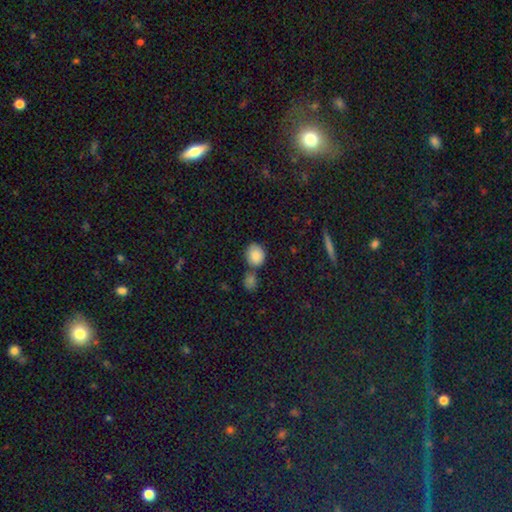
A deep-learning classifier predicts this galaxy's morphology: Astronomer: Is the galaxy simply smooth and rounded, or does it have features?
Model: smooth — 86%.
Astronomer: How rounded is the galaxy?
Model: round — 64%.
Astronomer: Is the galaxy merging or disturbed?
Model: none — 64%.